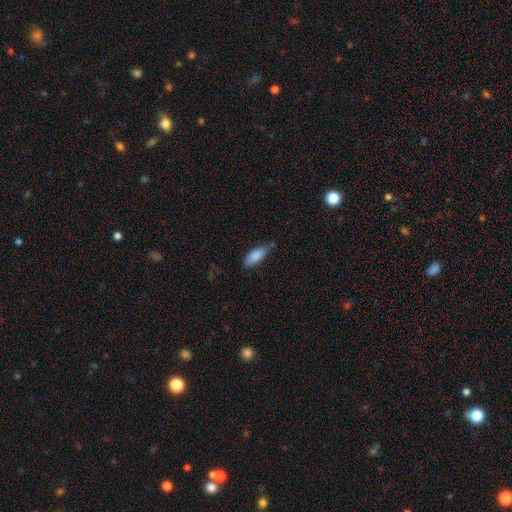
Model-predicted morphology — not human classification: smooth_or_featured: smooth (p=0.84) [alt: featured or disk p=0.10]
how_rounded: in between (p=0.64) [alt: cigar-shaped p=0.34]
merging: none (p=0.66) [alt: minor disturbance p=0.25]